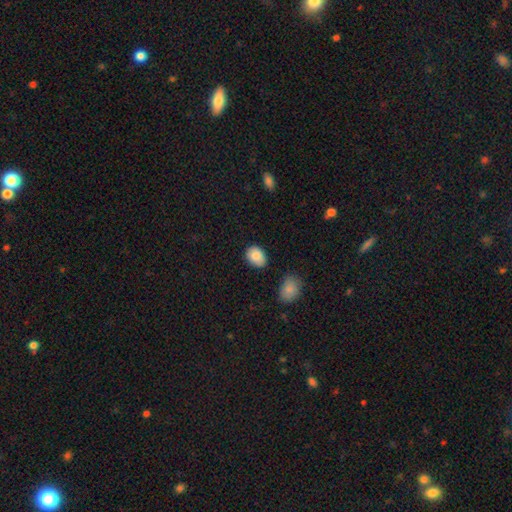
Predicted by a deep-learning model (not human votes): smooth_or_featured: smooth (p=0.86) [alt: star or artifact p=0.07]
how_rounded: in between (p=0.74) [alt: round p=0.25]
merging: none (p=0.78) [alt: minor disturbance p=0.16]